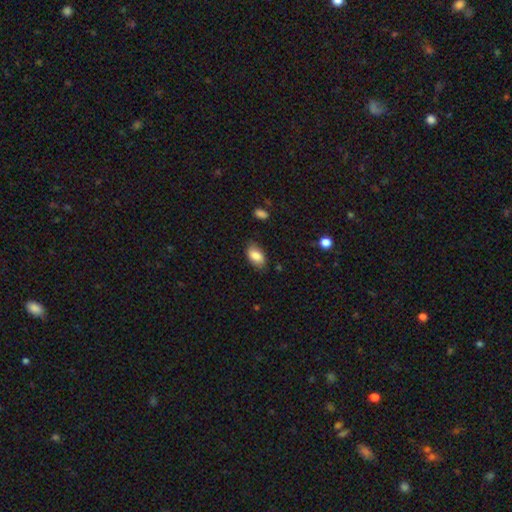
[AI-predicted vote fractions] Smooth or featured?
  - smooth: 83% *
  - featured or disk: 10%
  - star or artifact: 7%
How rounded?
  - in between: 93% *
  - round: 5%
  - cigar-shaped: 2%
Merging?
  - none: 80% *
  - minor disturbance: 15%
  - major disturbance: 3%
  - merger: 1%